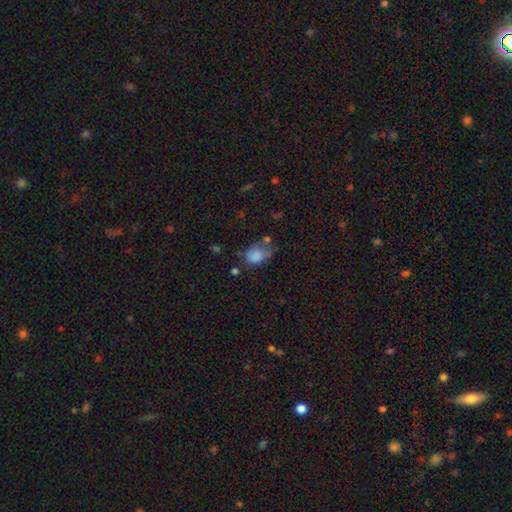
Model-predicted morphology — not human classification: Smooth or featured? Predicted: smooth (p=0.78). How rounded? Predicted: in between (p=0.69). Merging? Predicted: none (p=0.36).